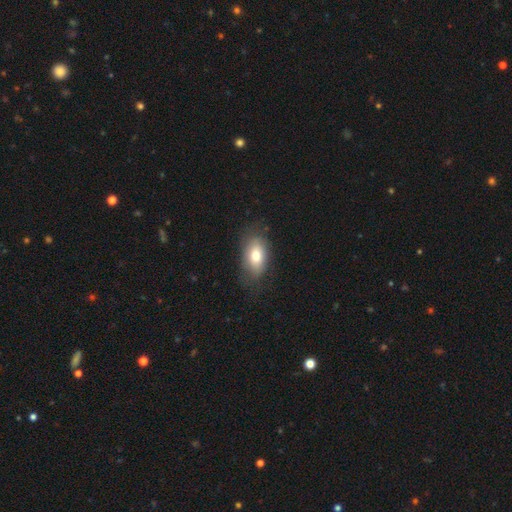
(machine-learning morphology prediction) smooth 76%, featured or disk 17%, star or artifact 8%. Down the decision tree: how rounded — in between (90%); merging — none (75%).